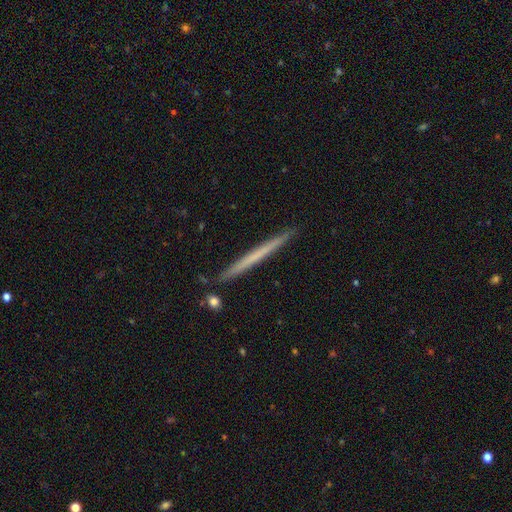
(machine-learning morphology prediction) Smooth or featured: smooth — 50% (featured or disk — 44%)
Merging: none — 90% (minor disturbance — 6%)